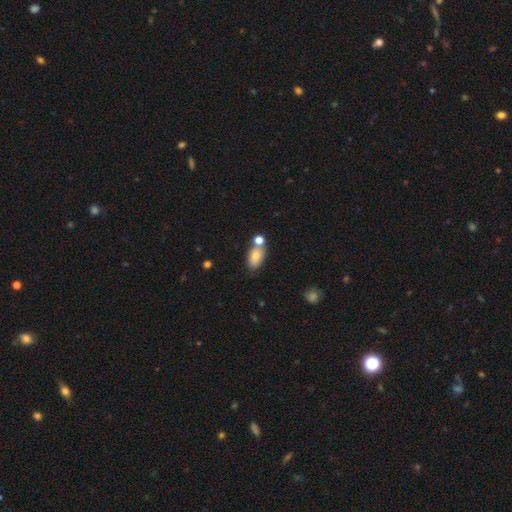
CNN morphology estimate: type=smooth (80%); roundness=in between (89%); merging=none (57%).